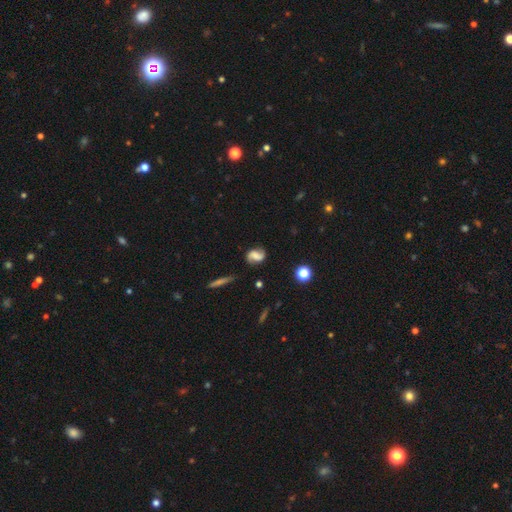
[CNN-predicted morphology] Q: Smooth or featured?
A: featured or disk (57%); runner-up: smooth (33%)
Q: Edge-on disk?
A: no (95%); runner-up: yes (5%)
Q: Bar?
A: weak (39%); runner-up: no (36%)
Q: Spiral arms?
A: yes (92%); runner-up: no (8%)
Q: Bulge size?
A: none (48%); runner-up: moderate (18%)
Q: Merging?
A: none (73%); runner-up: minor disturbance (18%)